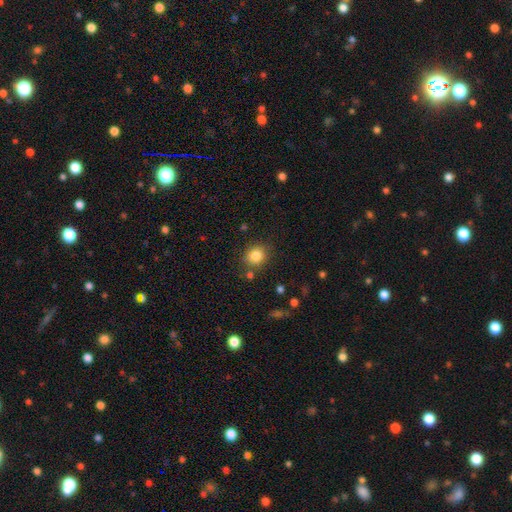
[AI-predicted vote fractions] A smooth galaxy with no disk features (84%) that is round (76%). Merging: none (82%).